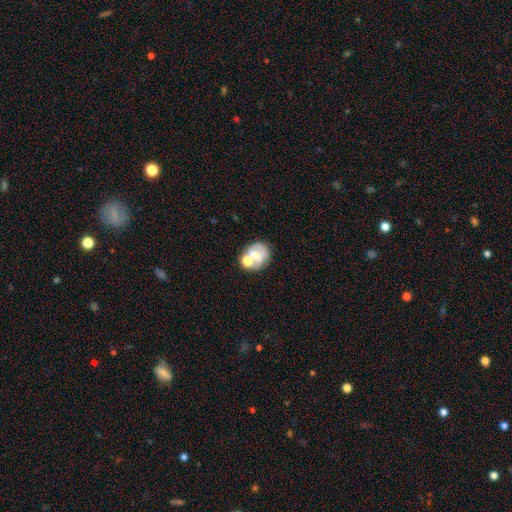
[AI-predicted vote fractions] Smooth or featured: smooth — 53% (featured or disk — 35%)
How rounded: round — 59% (in between — 40%)
Merging: none — 43% (merger — 34%)